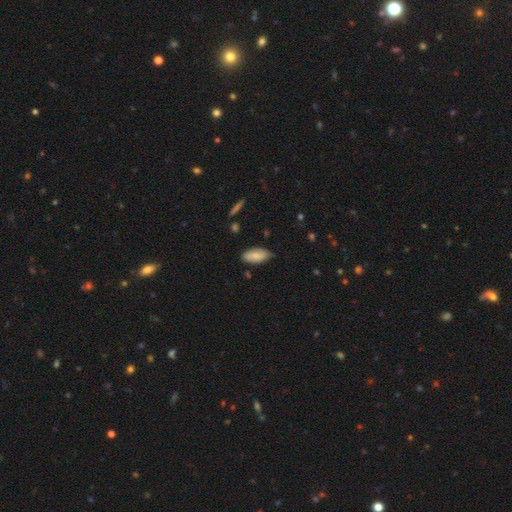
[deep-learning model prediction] A smooth galaxy with no disk features (82%) that is in between round and cigar-shaped (90%).

Vote fractions:
- Smooth or featured? smooth: 82% / featured or disk: 12% / star or artifact: 6%
- How rounded? in between: 90% / cigar-shaped: 8% / round: 2%
- Merging? none: 73% / minor disturbance: 22% / major disturbance: 3% / merger: 2%